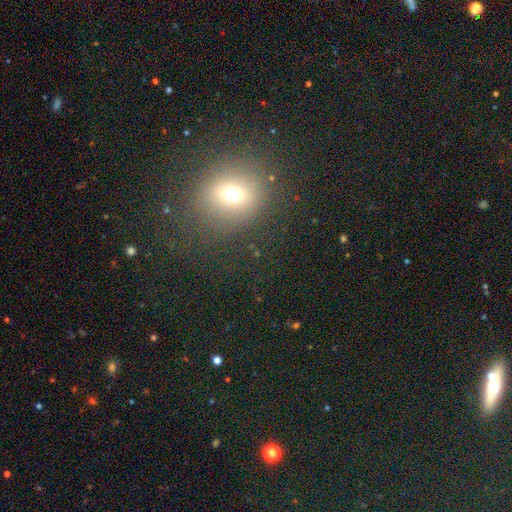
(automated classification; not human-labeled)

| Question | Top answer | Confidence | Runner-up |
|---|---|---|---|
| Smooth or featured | smooth | 57% | star or artifact (32%) |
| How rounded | round | 61% | in between (36%) |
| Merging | none | 87% | minor disturbance (8%) |